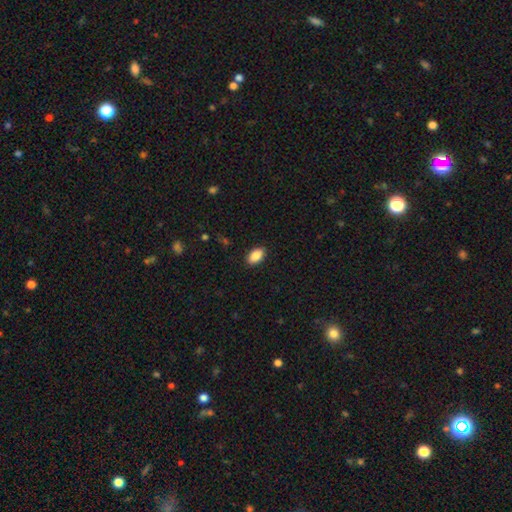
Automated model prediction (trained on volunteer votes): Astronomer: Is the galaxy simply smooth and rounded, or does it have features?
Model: smooth — 88%.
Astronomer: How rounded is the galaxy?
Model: in between — 93%.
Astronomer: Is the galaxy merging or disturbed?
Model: none — 89%.